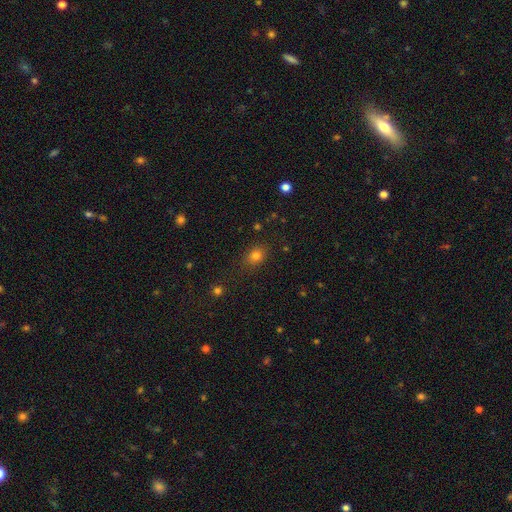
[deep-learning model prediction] This appears to be a smooth galaxy with no disk features (79%) that is in between round and cigar-shaped (51%). Merging: none (82%).